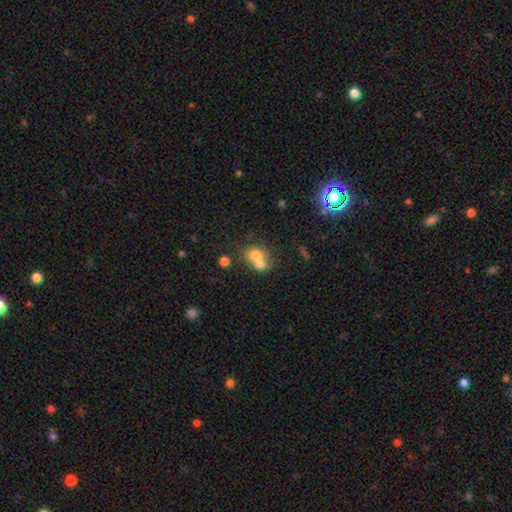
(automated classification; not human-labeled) This appears to be a smooth galaxy with no disk features (71%) that is round (68%). Merging: merger (64%).